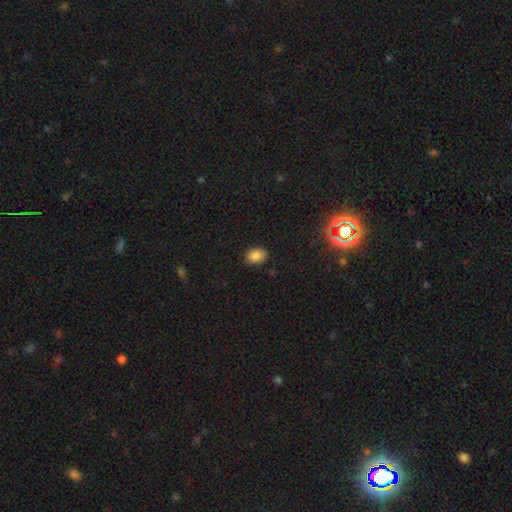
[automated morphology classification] type=smooth (86%); roundness=in between (70%); merging=none (87%).